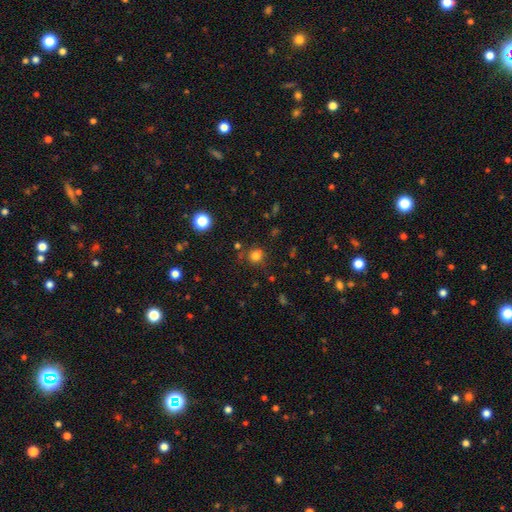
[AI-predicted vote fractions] Smooth or featured? smooth (77%)
How rounded? round (90%)
Merging? none (79%)